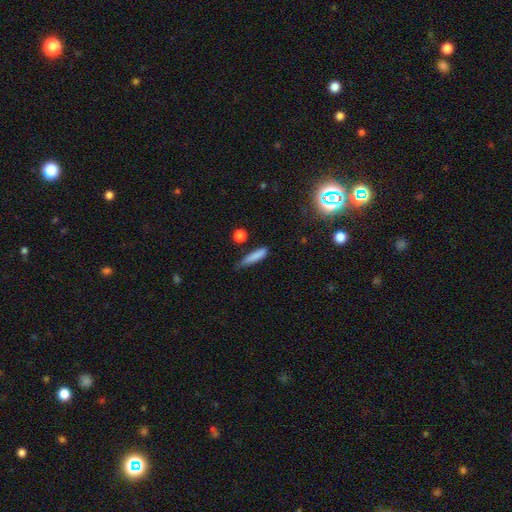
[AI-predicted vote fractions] A smooth galaxy with no disk features (81%) that is cigar-shaped (81%).

Vote fractions:
- Smooth or featured? smooth: 81% / featured or disk: 10% / star or artifact: 9%
- How rounded? cigar-shaped: 81% / in between: 16% / round: 2%
- Merging? none: 59% / minor disturbance: 31% / major disturbance: 7% / merger: 3%